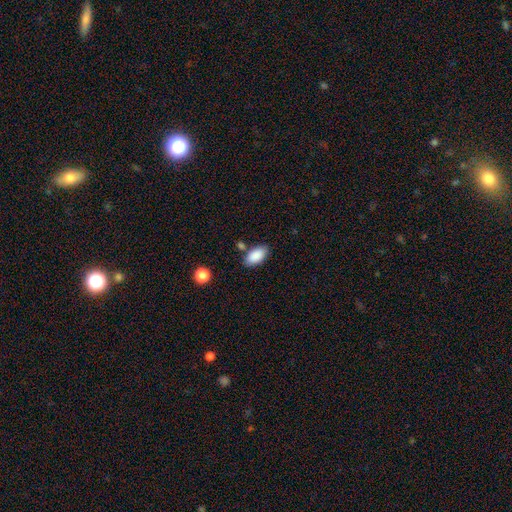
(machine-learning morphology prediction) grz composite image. It shows a smooth galaxy with no disk features (89%) that is in between round and cigar-shaped (94%). Merging: none (78%).